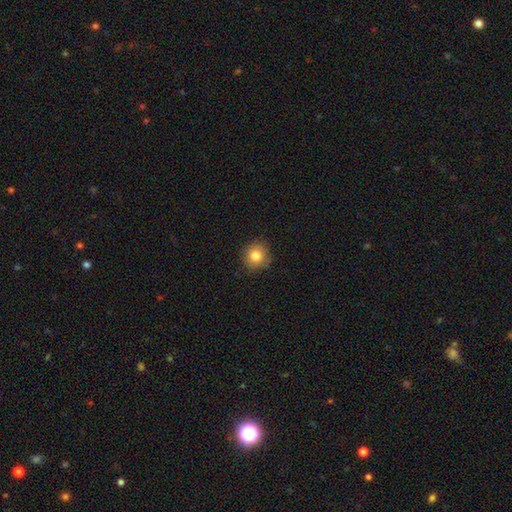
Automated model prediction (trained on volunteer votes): A smooth galaxy with no disk features (82%) that is round (90%). Merging: none (86%).